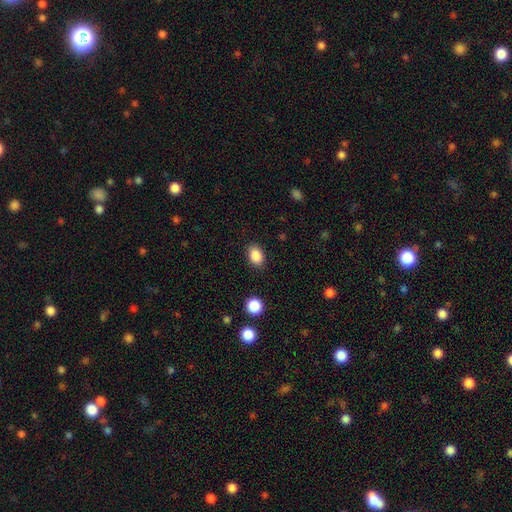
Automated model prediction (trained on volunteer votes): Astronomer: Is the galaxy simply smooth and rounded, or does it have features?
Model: smooth — 87%.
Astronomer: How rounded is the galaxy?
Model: in between — 77%.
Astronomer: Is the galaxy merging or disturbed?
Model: none — 87%.